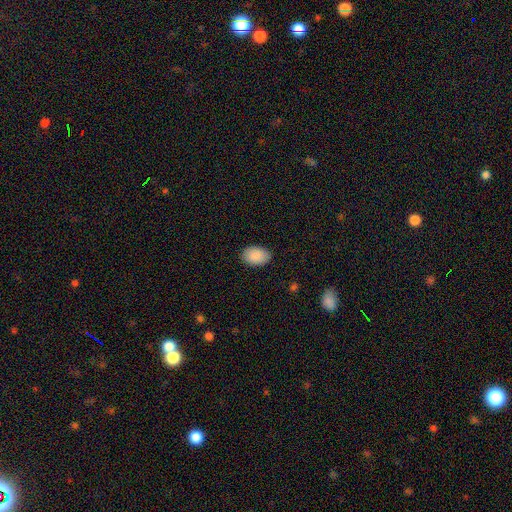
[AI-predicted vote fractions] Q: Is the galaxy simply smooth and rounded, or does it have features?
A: smooth — 90%.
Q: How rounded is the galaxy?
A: in between — 86%.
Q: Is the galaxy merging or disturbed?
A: none — 86%.